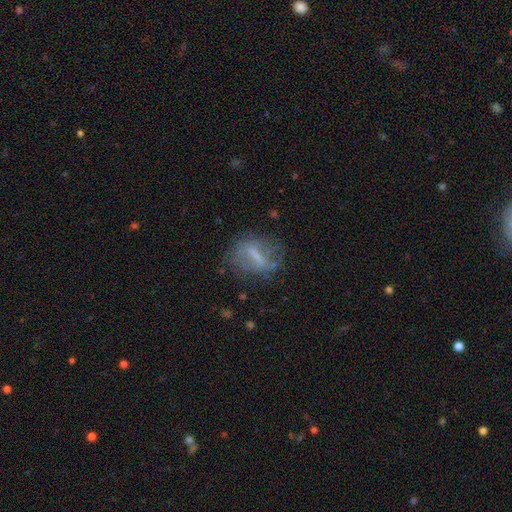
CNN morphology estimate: Smooth or featured? Predicted: featured or disk (p=0.51). Edge-on disk? Predicted: no (p=0.87). Merging? Predicted: none (p=0.62).